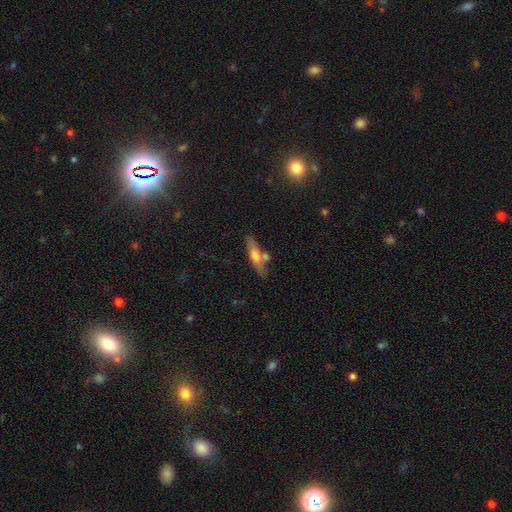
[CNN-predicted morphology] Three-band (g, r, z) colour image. It shows a smooth galaxy with no disk features (53%) that is cigar-shaped (75%). Merging: none (67%).